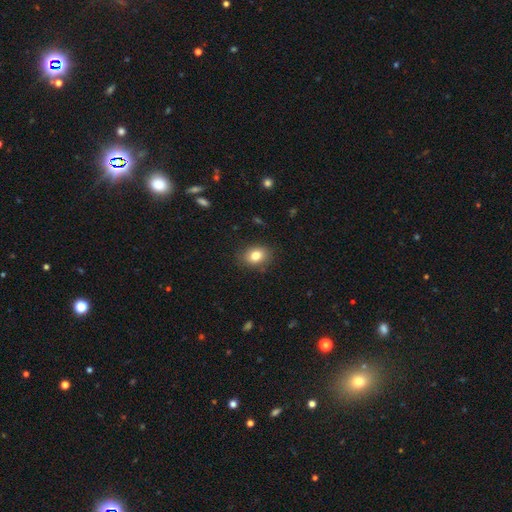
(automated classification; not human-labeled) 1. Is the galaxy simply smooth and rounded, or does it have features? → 81% smooth, 10% star or artifact, 9% featured or disk.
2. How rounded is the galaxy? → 56% in between, 43% round, 1% cigar-shaped.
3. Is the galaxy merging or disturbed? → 85% none, 11% minor disturbance, 3% major disturbance, 1% merger.